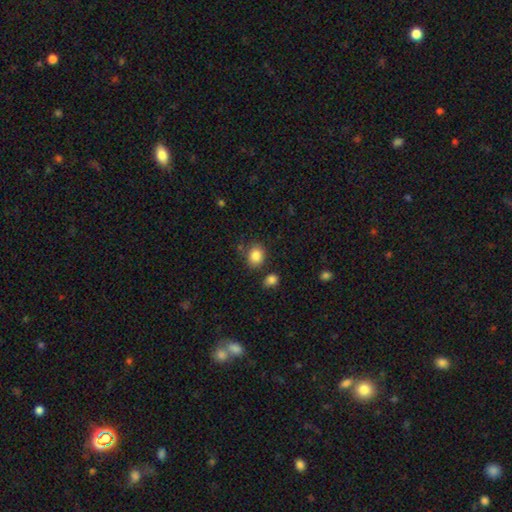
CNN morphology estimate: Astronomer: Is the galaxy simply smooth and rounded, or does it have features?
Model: smooth — 85%.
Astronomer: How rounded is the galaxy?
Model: round — 63%.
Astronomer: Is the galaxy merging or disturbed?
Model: none — 75%.